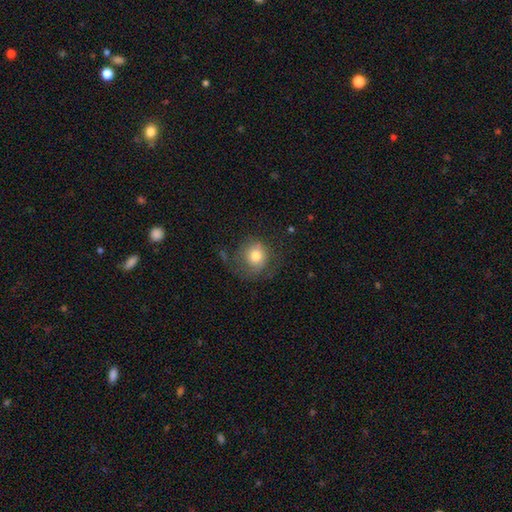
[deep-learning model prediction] Morphology: type=smooth (69%); roundness=round (83%); merging=none (54%).